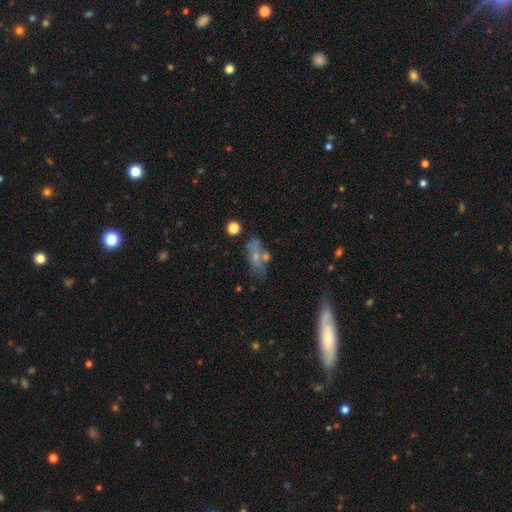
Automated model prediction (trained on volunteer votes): smooth_or_featured: smooth (p=0.46) [alt: featured or disk p=0.40]
merging: none (p=0.49) [alt: minor disturbance p=0.21]